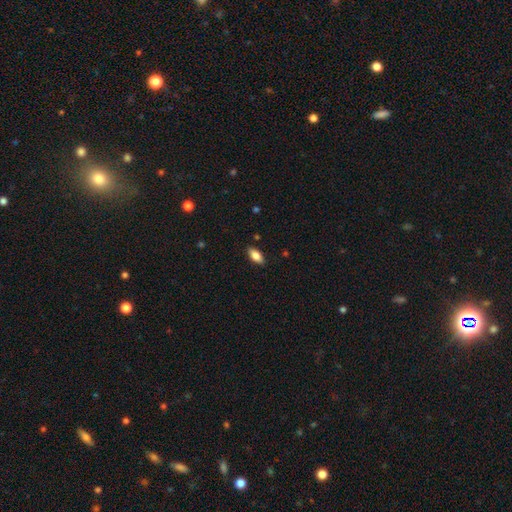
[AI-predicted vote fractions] smooth_or_featured: smooth (p=0.82) [alt: featured or disk p=0.11]
how_rounded: in between (p=0.88) [alt: cigar-shaped p=0.10]
merging: none (p=0.87) [alt: minor disturbance p=0.09]